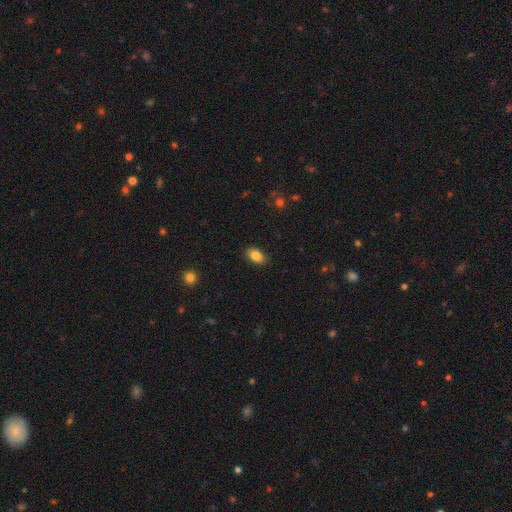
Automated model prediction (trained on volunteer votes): A smooth galaxy with no disk features (86%) that is in between round and cigar-shaped (89%). Merging: none (88%).